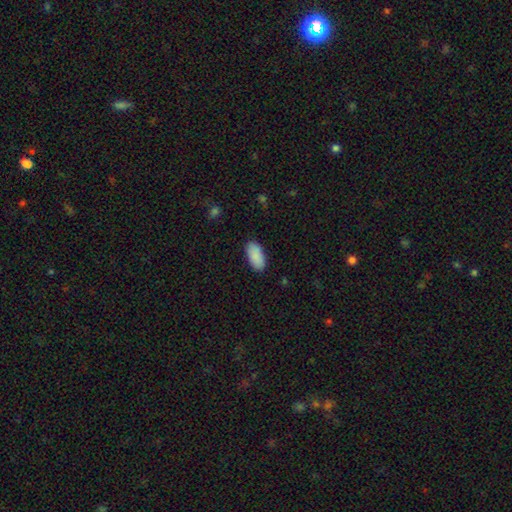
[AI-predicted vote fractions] This is clearly a smooth galaxy (89%). How rounded: clearly in between (93%). Merging: clearly none (86%).